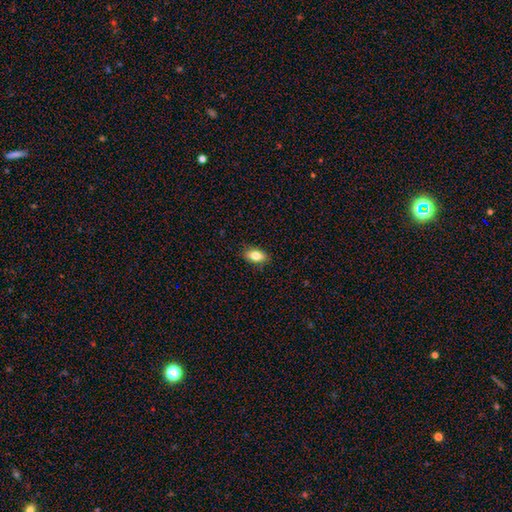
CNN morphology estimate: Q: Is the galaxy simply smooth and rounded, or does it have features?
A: smooth — 81%.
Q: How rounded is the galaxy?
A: in between — 88%.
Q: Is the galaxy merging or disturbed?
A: none — 86%.